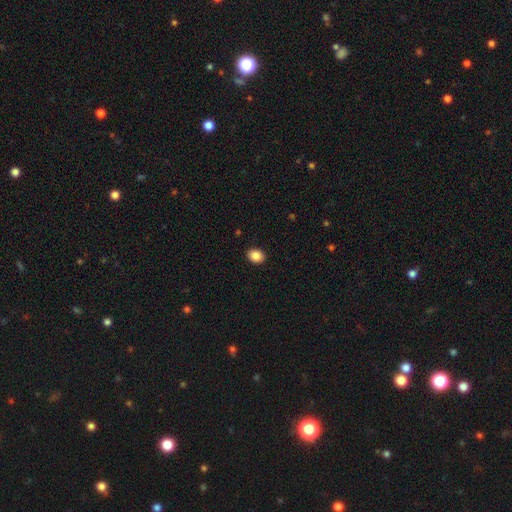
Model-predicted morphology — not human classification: Overall: smooth (88%). How rounded: in between (66%; round 33%). Merging: none (90%).